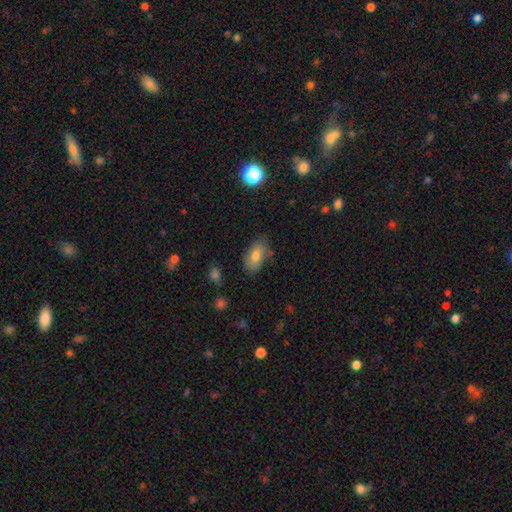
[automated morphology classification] This is likely a smooth galaxy (76%). How rounded: clearly in between (89%). Merging: likely none (75%).